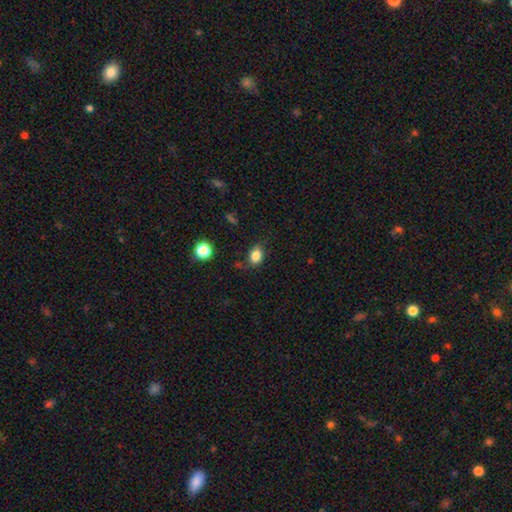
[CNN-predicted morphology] Overall: smooth (82%). How rounded: in between (67%; round 32%). Merging: none (71%).